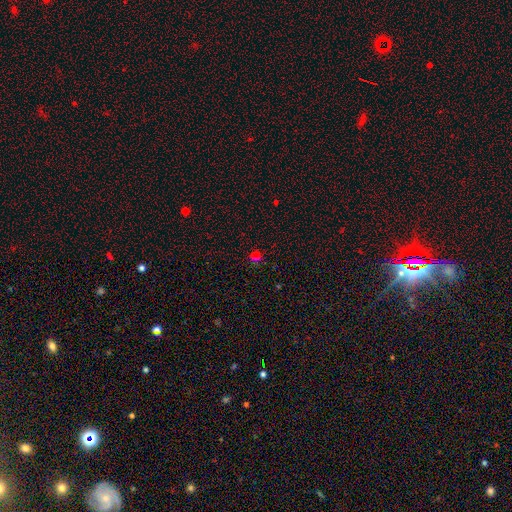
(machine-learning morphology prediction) Smooth or featured?
  - smooth: 56% *
  - star or artifact: 37%
  - featured or disk: 7%
How rounded?
  - round: 84% *
  - in between: 14%
  - cigar-shaped: 1%
Merging?
  - none: 79% *
  - minor disturbance: 11%
  - merger: 7%
  - major disturbance: 4%